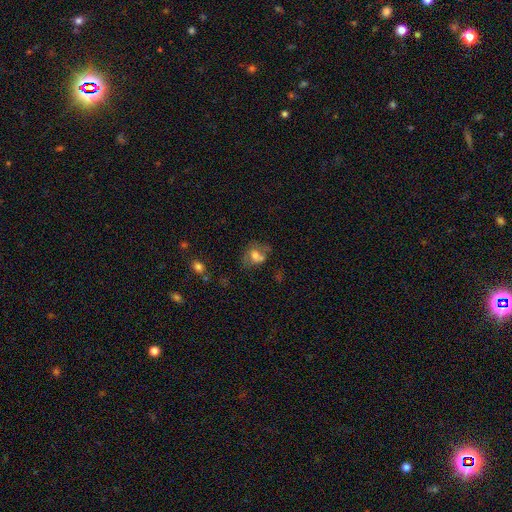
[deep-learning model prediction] This is possibly a smooth galaxy (56%). How rounded: possibly in between (51%). Merging: marginally none (39%).